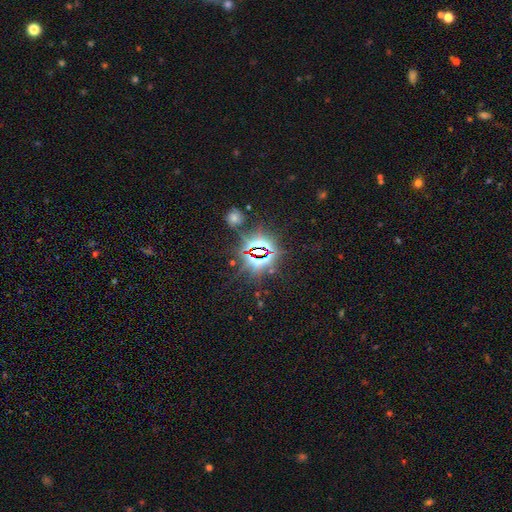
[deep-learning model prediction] Q: Smooth or featured?
A: star or artifact (82%); runner-up: smooth (10%)